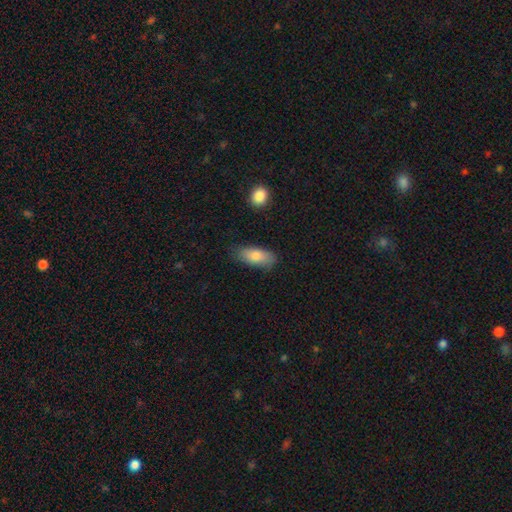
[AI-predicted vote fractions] Q: Smooth or featured?
A: smooth (81%); runner-up: featured or disk (13%)
Q: How rounded?
A: in between (83%); runner-up: cigar-shaped (15%)
Q: Merging?
A: none (77%); runner-up: minor disturbance (18%)